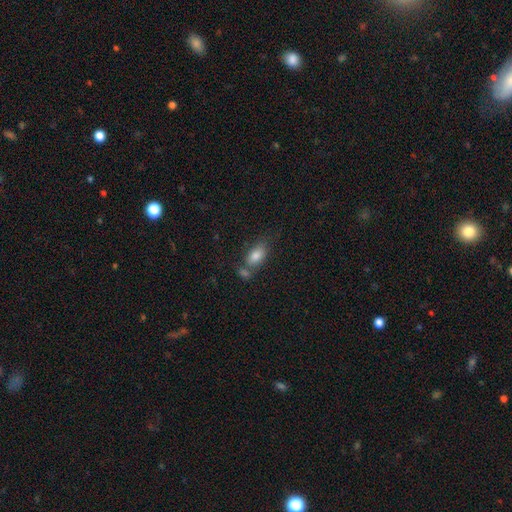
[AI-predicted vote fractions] A smooth galaxy with no disk features (82%) that is in between round and cigar-shaped (88%).

Vote fractions:
- Smooth or featured? smooth: 82% / featured or disk: 10% / star or artifact: 8%
- How rounded? in between: 88% / round: 8% / cigar-shaped: 4%
- Merging? none: 48% / merger: 31% / minor disturbance: 15% / major disturbance: 6%